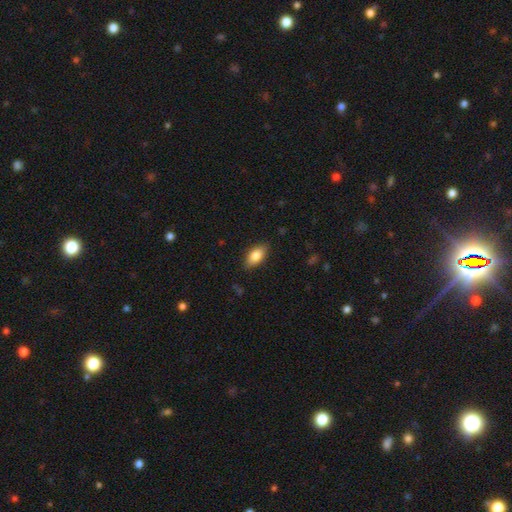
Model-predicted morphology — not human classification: Smooth or featured: smooth — 83% (featured or disk — 10%)
How rounded: in between — 90% (cigar-shaped — 6%)
Merging: none — 86% (minor disturbance — 11%)